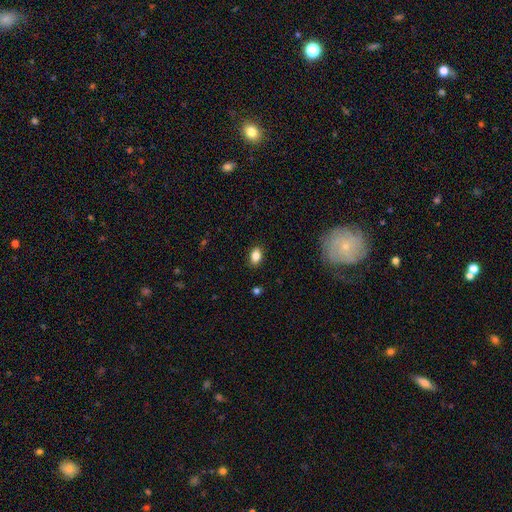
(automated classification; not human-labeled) smooth_or_featured: smooth (p=0.84) [alt: star or artifact p=0.09]
how_rounded: in between (p=0.84) [alt: round p=0.15]
merging: none (p=0.88) [alt: minor disturbance p=0.09]